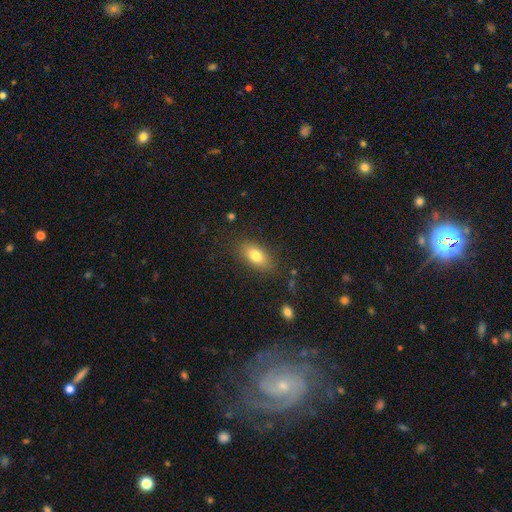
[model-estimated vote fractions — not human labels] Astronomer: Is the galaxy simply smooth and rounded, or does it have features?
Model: smooth — 80%.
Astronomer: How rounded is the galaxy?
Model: in between — 87%.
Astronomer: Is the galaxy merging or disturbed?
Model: none — 84%.